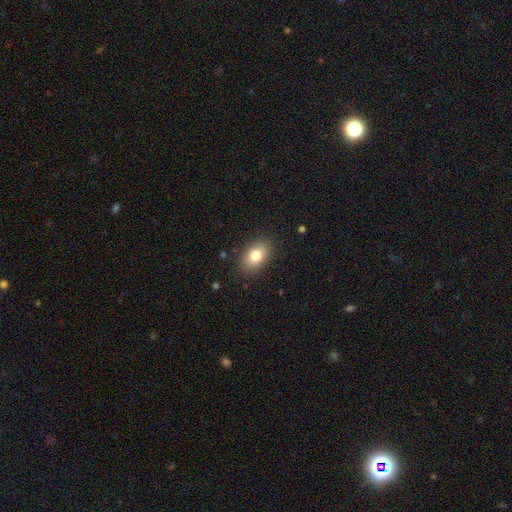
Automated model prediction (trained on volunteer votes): A smooth galaxy with no disk features (81%) that is in between round and cigar-shaped (86%). Merging: none (86%).